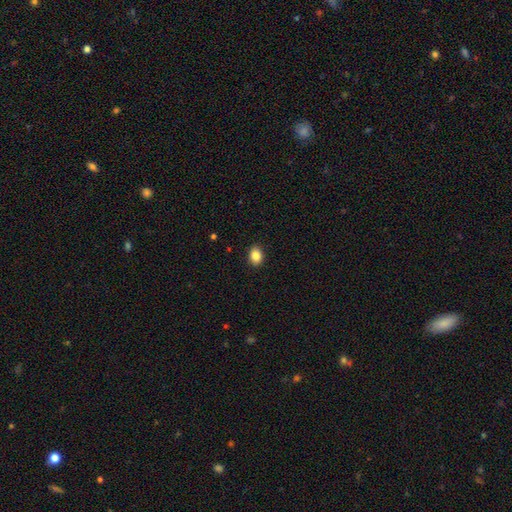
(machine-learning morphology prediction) A smooth galaxy with no disk features (87%) that is in between round and cigar-shaped (71%).

Vote fractions:
- Smooth or featured? smooth: 87% / star or artifact: 8% / featured or disk: 4%
- How rounded? in between: 71% / round: 28% / cigar-shaped: 1%
- Merging? none: 90% / minor disturbance: 7% / major disturbance: 2% / merger: 1%